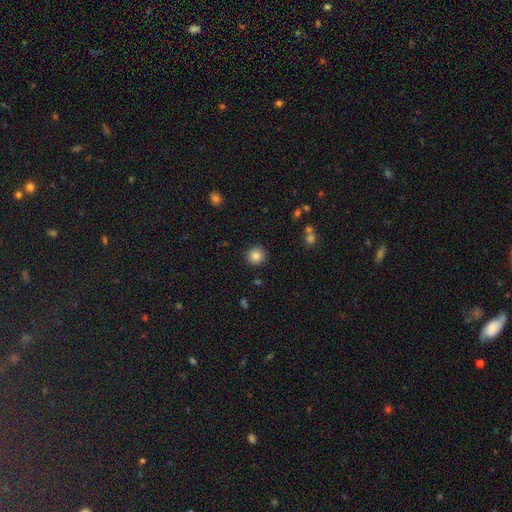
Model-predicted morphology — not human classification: Q: Smooth or featured?
A: smooth (84%); runner-up: star or artifact (10%)
Q: How rounded?
A: round (94%); runner-up: in between (5%)
Q: Merging?
A: none (91%); runner-up: minor disturbance (6%)